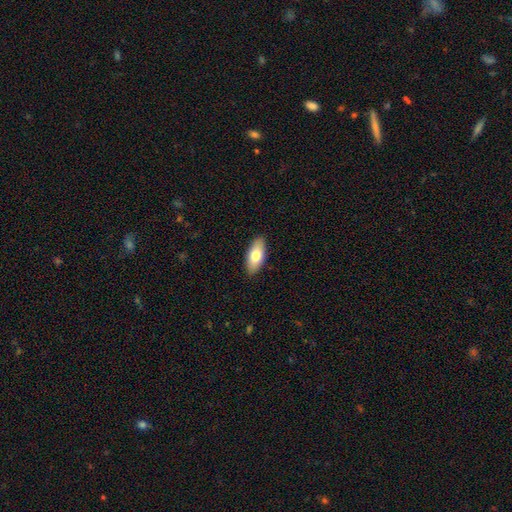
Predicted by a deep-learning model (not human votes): smooth_or_featured: smooth (p=0.75) [alt: featured or disk p=0.19]
how_rounded: in between (p=0.86) [alt: cigar-shaped p=0.11]
merging: none (p=0.89) [alt: minor disturbance p=0.08]